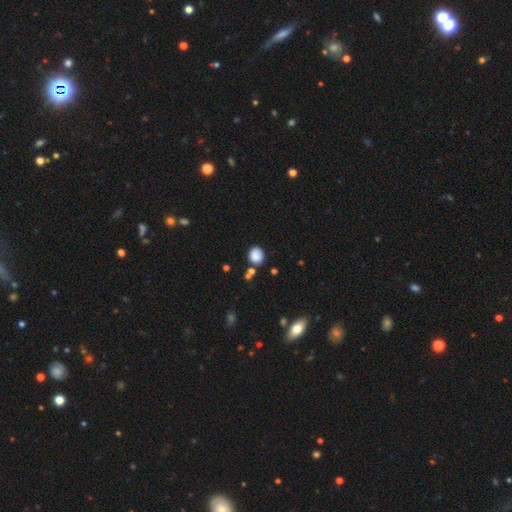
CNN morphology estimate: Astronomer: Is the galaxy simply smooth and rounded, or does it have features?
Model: smooth — 85%.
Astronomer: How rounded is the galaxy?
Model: round — 61% (runner-up: in between, 38%).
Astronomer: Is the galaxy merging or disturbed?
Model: none — 75%.